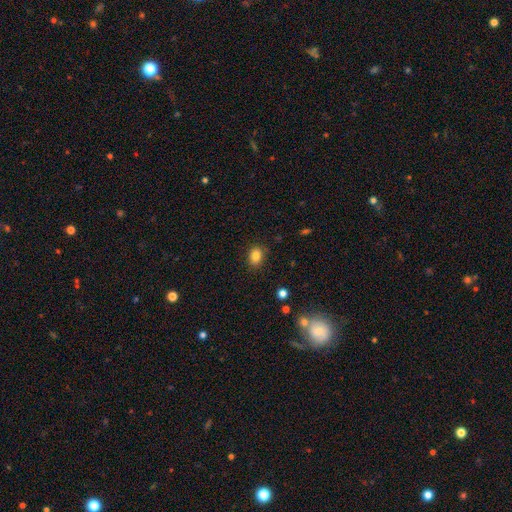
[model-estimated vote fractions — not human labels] Smooth or featured? Predicted: smooth (p=0.84). How rounded? Predicted: in between (p=0.66). Merging? Predicted: none (p=0.84).